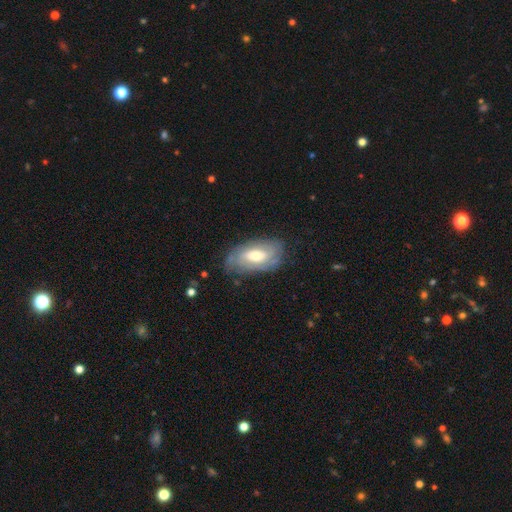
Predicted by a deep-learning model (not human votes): This is possibly a featured or disk galaxy (56%). It is clearly not viewed edge-on (91%). Bar: possibly no (49%). Spiral arm pattern: likely yes (72%). Central bulge: likely moderate (64%). Merging: likely none (70%).